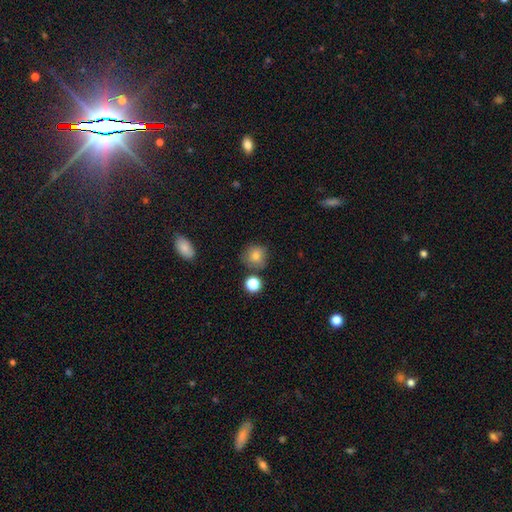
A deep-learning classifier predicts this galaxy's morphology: This appears to be a smooth galaxy with no disk features (78%) that is round (88%). Merging: none (77%).